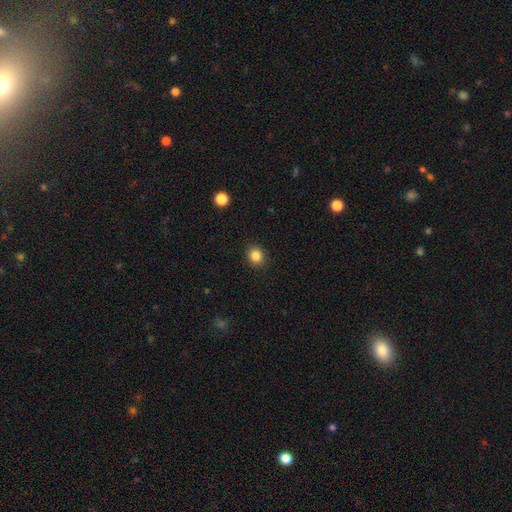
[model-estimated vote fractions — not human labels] A smooth galaxy with no disk features (85%) that is round (71%). Merging: none (90%).